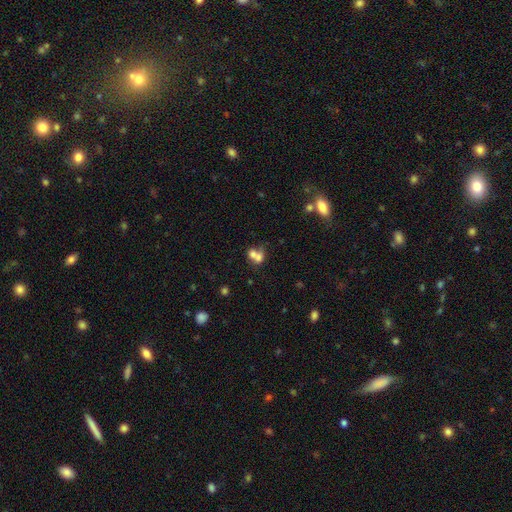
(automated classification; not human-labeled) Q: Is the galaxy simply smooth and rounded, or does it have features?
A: smooth — 67%.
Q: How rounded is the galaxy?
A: round — 54%.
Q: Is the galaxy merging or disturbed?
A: merger — 66%.